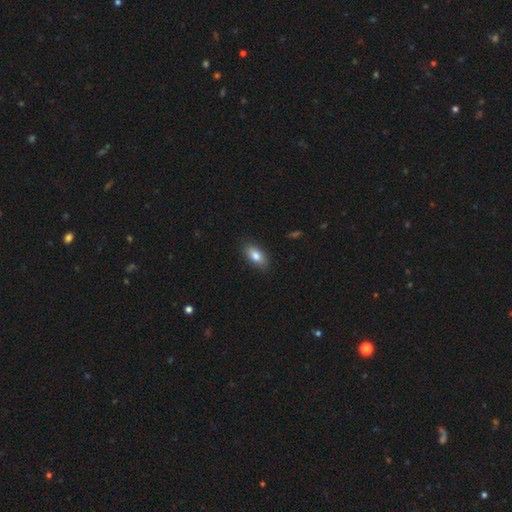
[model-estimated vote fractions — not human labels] smooth 82%, featured or disk 11%, star or artifact 7%. Down the decision tree: how rounded — in between (89%); merging — none (86%).